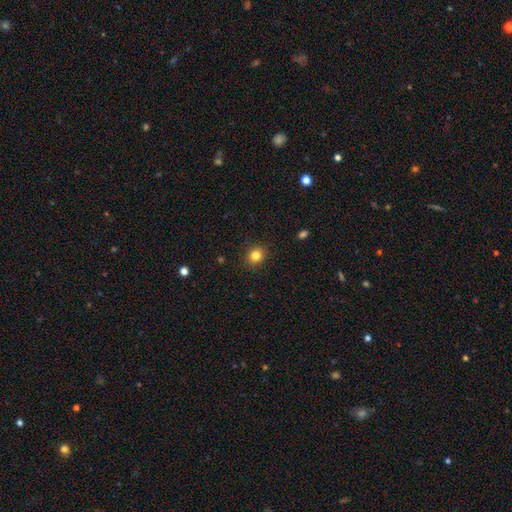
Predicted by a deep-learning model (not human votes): This appears to be a smooth galaxy with no disk features (83%) that is round (78%). Merging: none (90%).